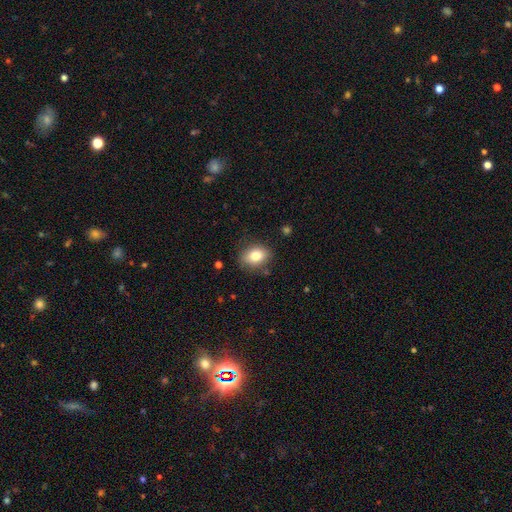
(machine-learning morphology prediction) Smooth or featured: smooth — 82% (featured or disk — 10%)
How rounded: in between — 67% (round — 32%)
Merging: none — 82% (minor disturbance — 13%)